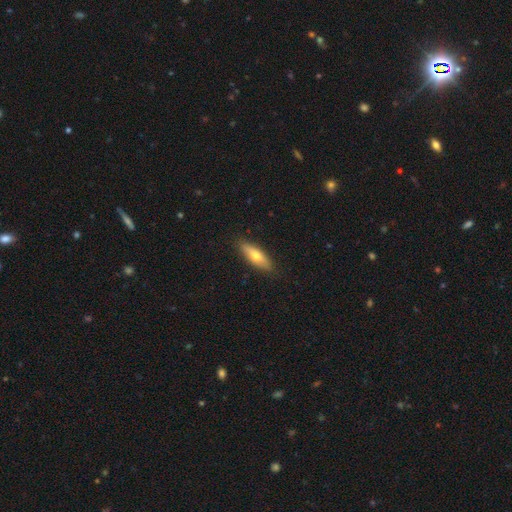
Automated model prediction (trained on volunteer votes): Morphology: type=smooth (64%); roundness=in between (51%); merging=none (87%).